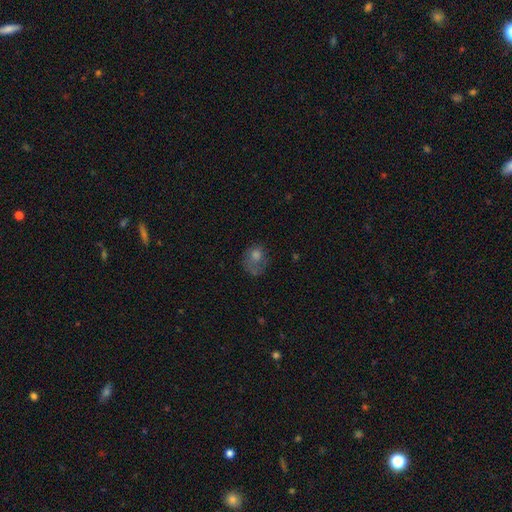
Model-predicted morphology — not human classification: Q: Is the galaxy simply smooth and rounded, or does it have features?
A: smooth — 53%.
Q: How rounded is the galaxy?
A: round — 55%.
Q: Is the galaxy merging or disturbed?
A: none — 44%.